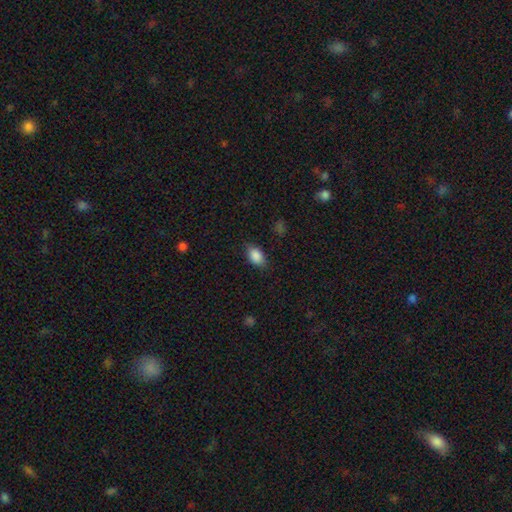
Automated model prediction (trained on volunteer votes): Q: Smooth or featured?
A: smooth (88%); runner-up: star or artifact (8%)
Q: How rounded?
A: in between (87%); runner-up: round (11%)
Q: Merging?
A: none (82%); runner-up: minor disturbance (13%)